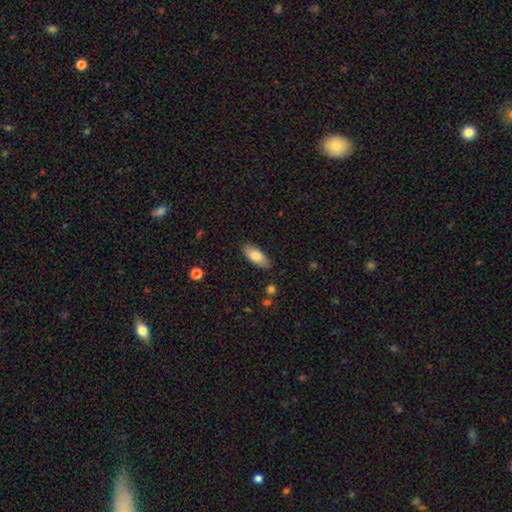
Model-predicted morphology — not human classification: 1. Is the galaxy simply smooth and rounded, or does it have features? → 80% smooth, 14% featured or disk, 6% star or artifact.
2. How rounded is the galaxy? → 83% in between, 15% cigar-shaped, 2% round.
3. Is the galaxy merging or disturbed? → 84% none, 12% minor disturbance, 2% major disturbance, 2% merger.